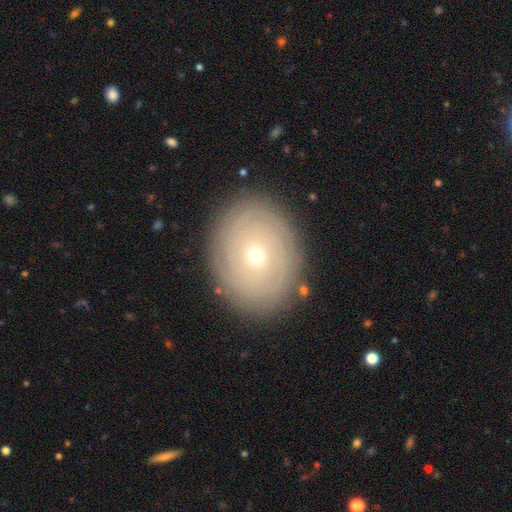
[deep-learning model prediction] smooth_or_featured: featured or disk (p=0.49) [alt: smooth p=0.42]
merging: none (p=0.87) [alt: minor disturbance p=0.09]